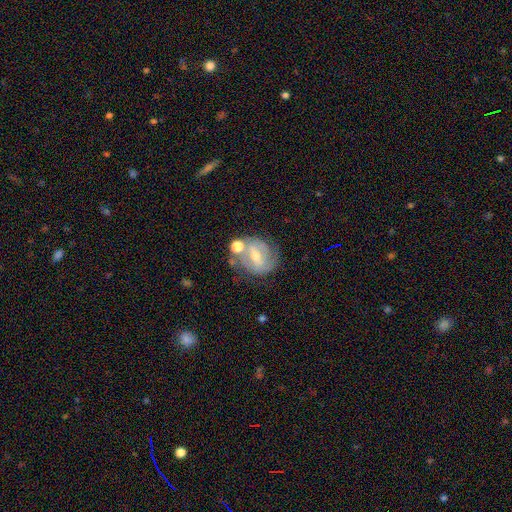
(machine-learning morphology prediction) Smooth or featured? Predicted: featured or disk (p=0.64). Edge-on disk? Predicted: no (p=0.95). Bar? Predicted: weak (p=0.42). Spiral arms? Predicted: yes (p=0.66). Bulge size? Predicted: moderate (p=0.51). Merging? Predicted: none (p=0.51).